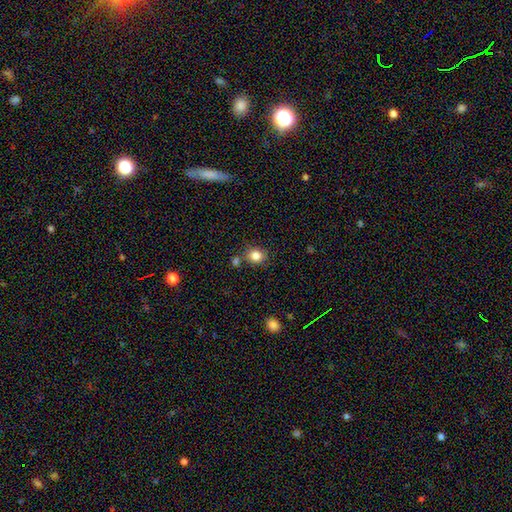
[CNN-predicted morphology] type=smooth (83%); roundness=round (72%); merging=none (74%).